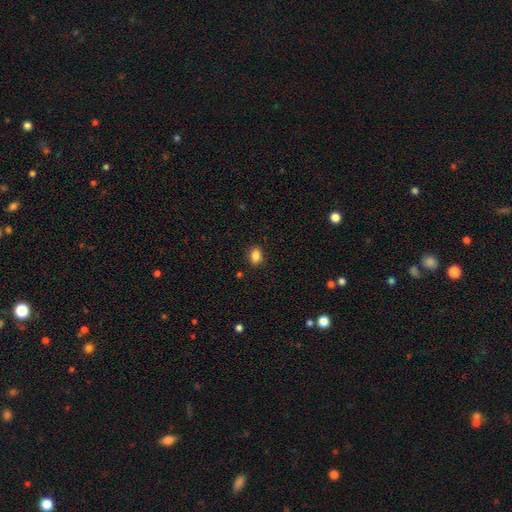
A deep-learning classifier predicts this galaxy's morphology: The model was most divided on "how rounded": in between: 79%, round: 19%, cigar-shaped: 2%. More confident: merging — none (87%); smooth or featured — smooth (86%).